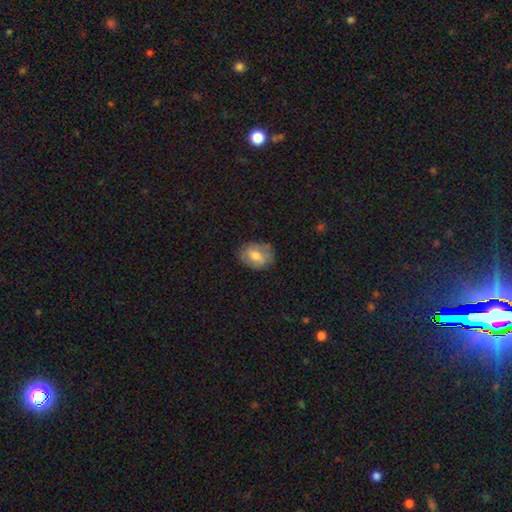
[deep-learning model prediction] This appears to be a smooth galaxy with no disk features (63%) that is in between round and cigar-shaped (73%). Merging: none (74%).